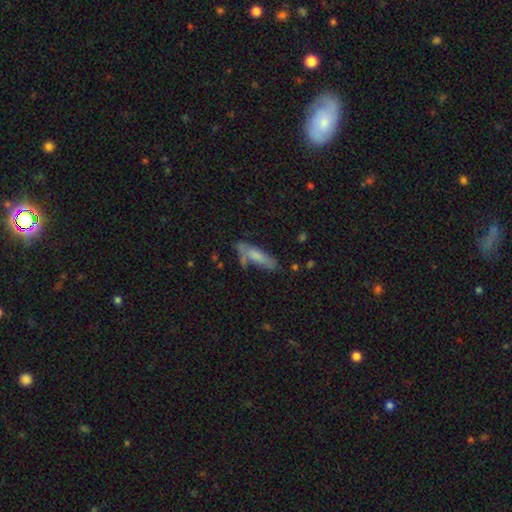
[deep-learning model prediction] Q: Smooth or featured?
A: smooth (71%); runner-up: featured or disk (21%)
Q: How rounded?
A: cigar-shaped (59%); runner-up: in between (39%)
Q: Merging?
A: none (58%); runner-up: minor disturbance (25%)